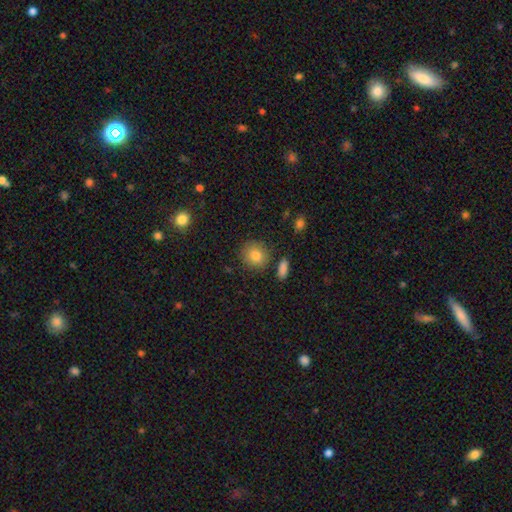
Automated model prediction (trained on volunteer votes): This is clearly a smooth galaxy (82%). How rounded: clearly round (85%). Merging: clearly none (84%).